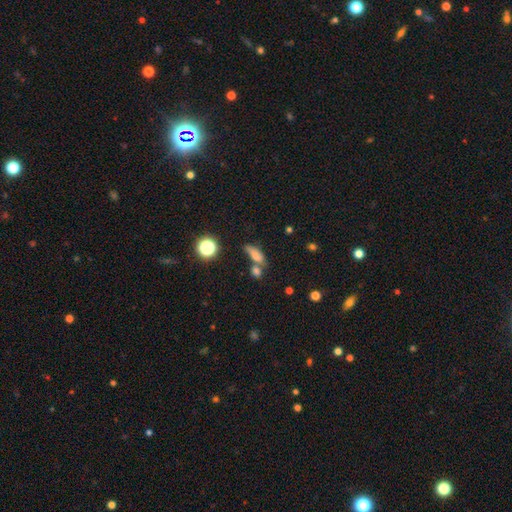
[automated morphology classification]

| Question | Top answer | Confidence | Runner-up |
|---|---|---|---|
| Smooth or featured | smooth | 68% | featured or disk (17%) |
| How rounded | in between | 58% | cigar-shaped (32%) |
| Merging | none | 42% | merger (35%) |